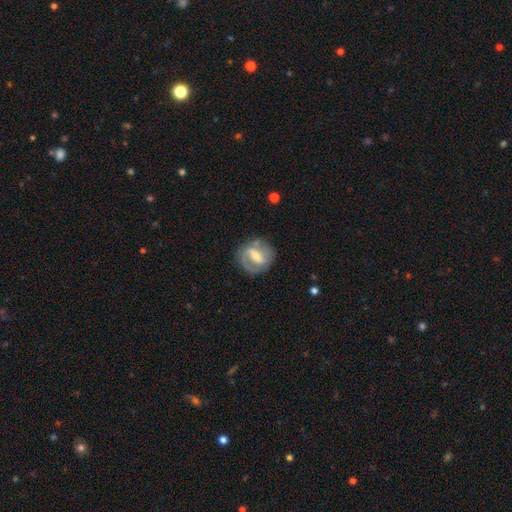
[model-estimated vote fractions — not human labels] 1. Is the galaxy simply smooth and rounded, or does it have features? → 70% featured or disk, 24% smooth, 6% star or artifact.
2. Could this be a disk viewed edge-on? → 96% no, 4% yes.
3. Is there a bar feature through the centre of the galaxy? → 46% strong, 40% weak, 14% no.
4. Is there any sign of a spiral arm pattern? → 77% yes, 23% no.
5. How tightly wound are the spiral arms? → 44% medium, 36% tight, 19% loose.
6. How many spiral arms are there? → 71% 2, 14% 1, 12% can't tell, 2% 3, 1% 4, 1% more than 4.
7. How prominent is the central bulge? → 46% moderate, 43% small, 6% large, 5% none, 1% dominant.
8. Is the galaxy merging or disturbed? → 71% none, 17% minor disturbance, 8% major disturbance, 3% merger.